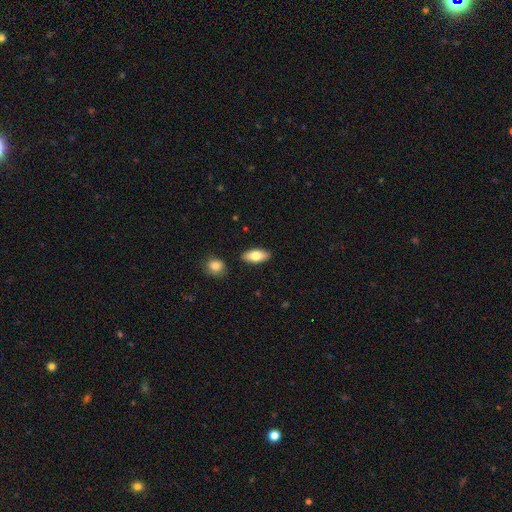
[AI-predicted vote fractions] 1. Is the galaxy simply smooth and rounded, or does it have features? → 75% smooth, 19% featured or disk, 6% star or artifact.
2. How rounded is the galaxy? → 85% in between, 12% cigar-shaped, 3% round.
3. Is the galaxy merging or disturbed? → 87% none, 8% minor disturbance, 3% merger, 2% major disturbance.